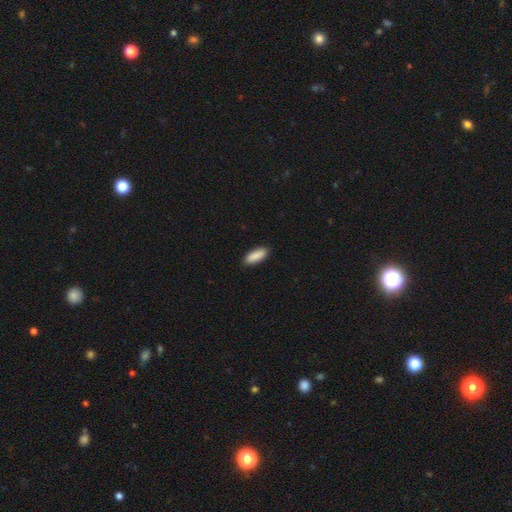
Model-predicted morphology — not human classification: type=smooth (90%); roundness=in between (72%); merging=none (90%).